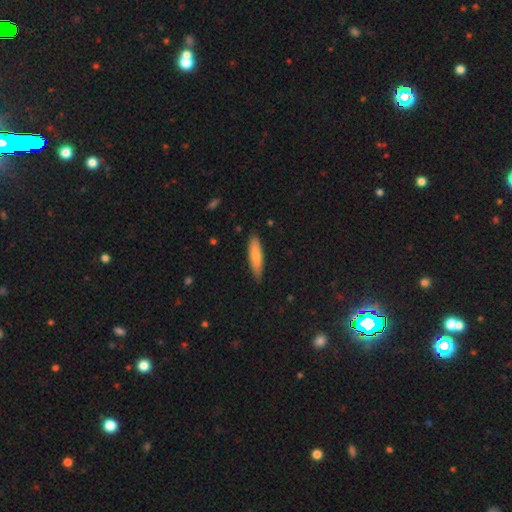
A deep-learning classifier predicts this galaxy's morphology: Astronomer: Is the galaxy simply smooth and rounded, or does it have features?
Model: smooth — 77%.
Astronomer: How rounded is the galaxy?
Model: cigar-shaped — 73%.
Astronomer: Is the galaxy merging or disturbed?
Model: none — 85%.